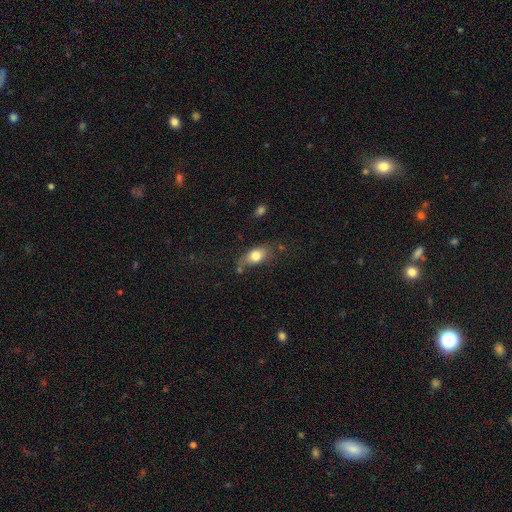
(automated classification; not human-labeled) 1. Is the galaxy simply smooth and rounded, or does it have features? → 77% smooth, 15% featured or disk, 8% star or artifact.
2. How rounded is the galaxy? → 83% in between, 12% round, 5% cigar-shaped.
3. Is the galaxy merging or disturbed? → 56% none, 27% minor disturbance, 9% major disturbance, 8% merger.